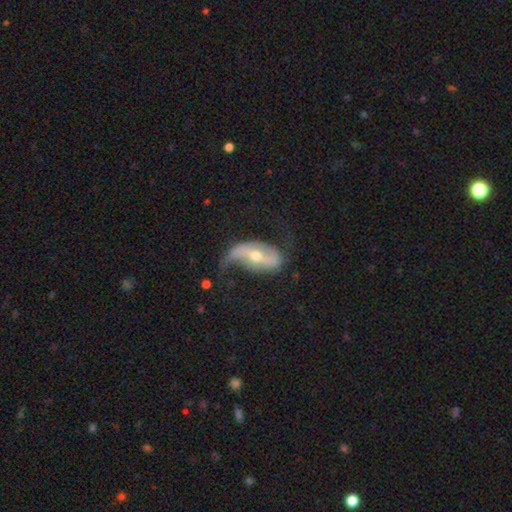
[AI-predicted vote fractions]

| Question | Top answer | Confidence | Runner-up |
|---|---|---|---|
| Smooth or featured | featured or disk | 79% | smooth (14%) |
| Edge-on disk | no | 92% | yes (8%) |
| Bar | strong | 43% | weak (31%) |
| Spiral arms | yes | 88% | no (12%) |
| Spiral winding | loose | 75% | medium (18%) |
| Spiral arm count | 2 | 78% | 1 (15%) |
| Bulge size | moderate | 59% | small (36%) |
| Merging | none | 46% | minor disturbance (26%) |